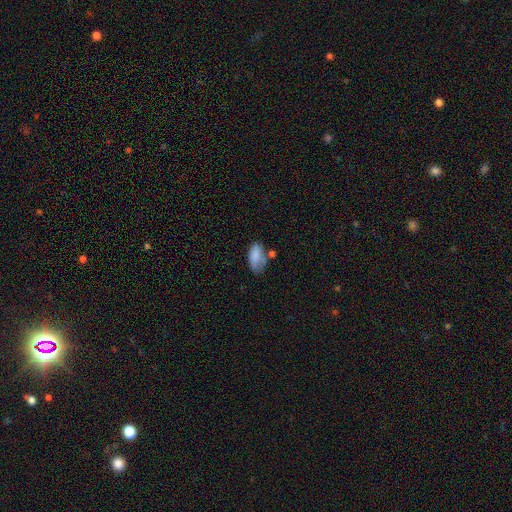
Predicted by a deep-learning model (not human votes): Overall: smooth (81%). How rounded: in between (92%). Merging: none (45%; minor disturbance 29%).